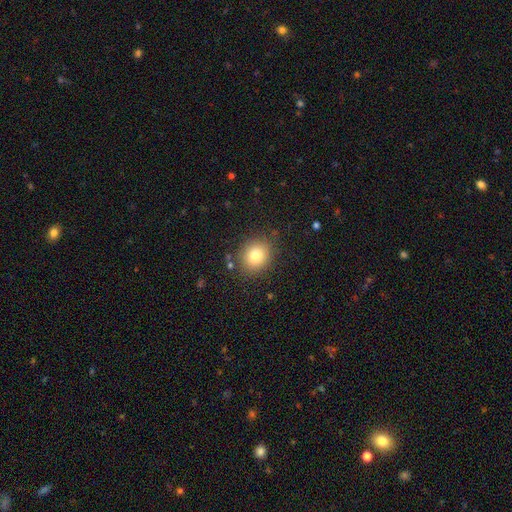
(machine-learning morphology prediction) type=smooth (79%); roundness=round (73%); merging=none (85%).